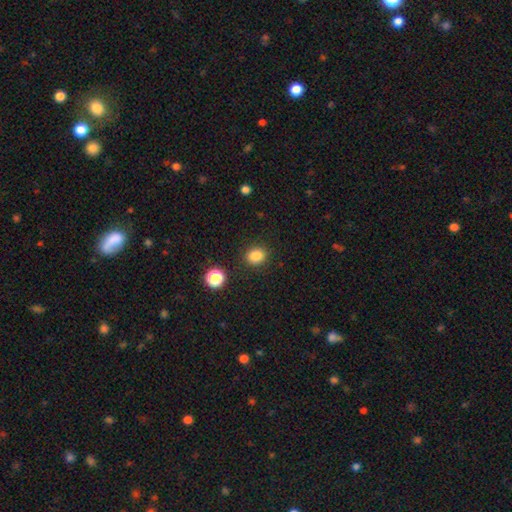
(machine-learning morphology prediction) smooth-or-featured: smooth: 84% | star or artifact: 12% | featured or disk: 4%
  how-rounded: round: 62% | in between: 37% | cigar-shaped: 1%
  merging: none: 88% | minor disturbance: 8% | major disturbance: 3% | merger: 2%